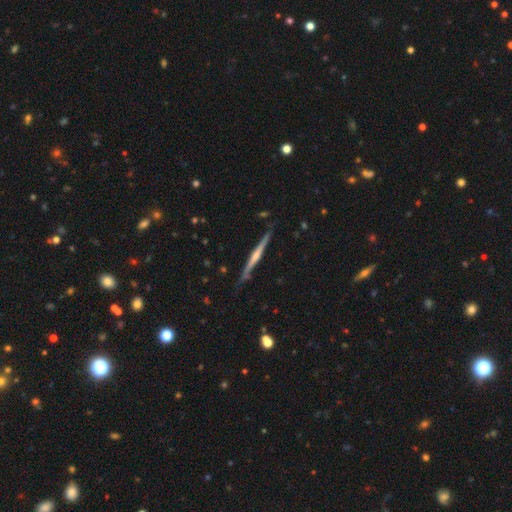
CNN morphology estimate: smooth_or_featured: featured or disk (p=0.75) [alt: smooth p=0.20]
disk_edge_on: yes (p=0.98) [alt: no p=0.02]
edge_on_bulge: rounded (p=0.62) [alt: none p=0.27]
merging: none (p=0.83) [alt: minor disturbance p=0.13]